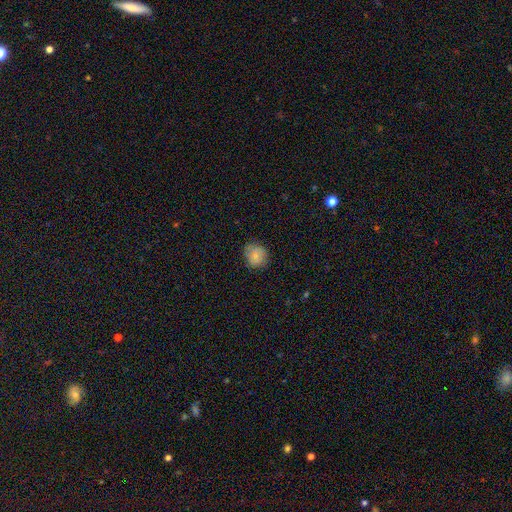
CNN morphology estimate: The model was most divided on "smooth or featured": smooth: 76%, featured or disk: 15%, star or artifact: 9%. More confident: how rounded — round (85%); merging — none (80%).